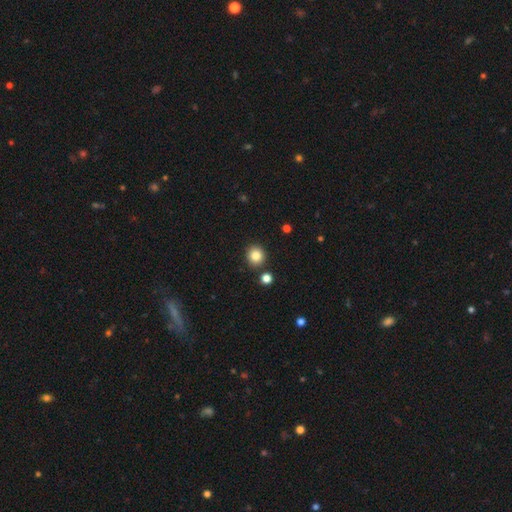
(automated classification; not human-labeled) smooth-or-featured: smooth: 84% | star or artifact: 11% | featured or disk: 6%
  how-rounded: round: 89% | in between: 10% | cigar-shaped: 1%
  merging: none: 87% | minor disturbance: 6% | merger: 5% | major disturbance: 2%